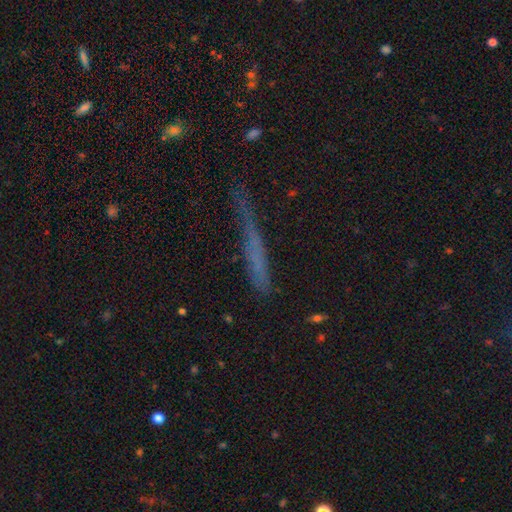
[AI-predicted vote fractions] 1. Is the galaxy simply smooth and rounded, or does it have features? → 50% smooth, 35% featured or disk, 14% star or artifact.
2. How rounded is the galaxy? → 94% cigar-shaped, 4% in between, 2% round.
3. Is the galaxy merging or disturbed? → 68% none, 22% minor disturbance, 8% major disturbance, 3% merger.